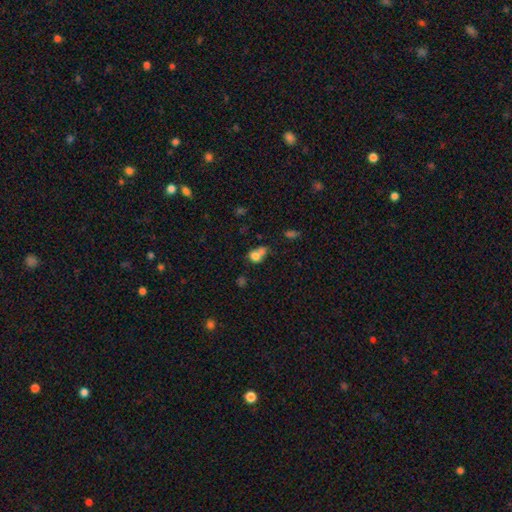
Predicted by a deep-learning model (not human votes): Overall: smooth (73%). How rounded: round (50%; in between 48%). Merging: merger (50%; none 25%).